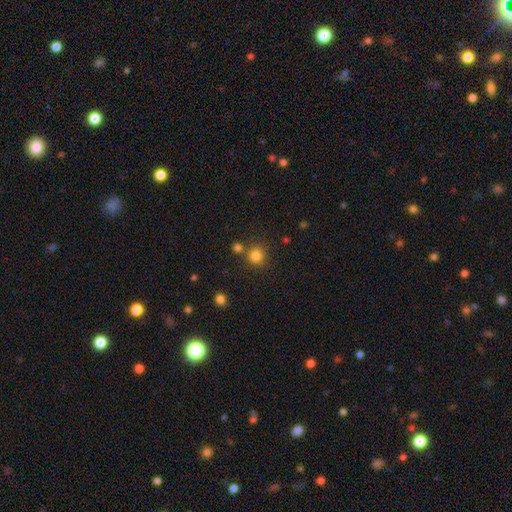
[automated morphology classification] This appears to be a smooth galaxy with no disk features (82%) that is round (91%). Merging: none (76%).